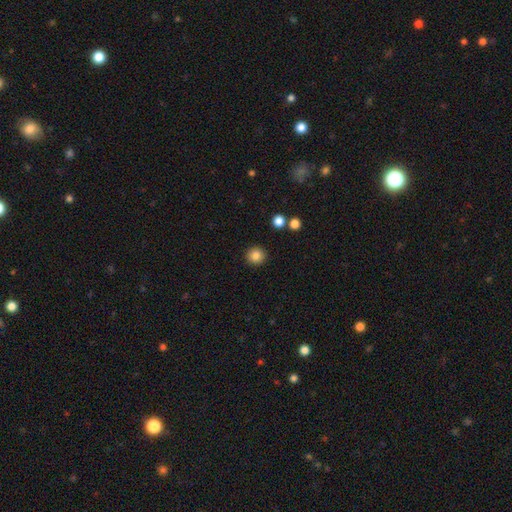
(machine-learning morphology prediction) Smooth or featured? Predicted: smooth (p=0.85). How rounded? Predicted: round (p=0.94). Merging? Predicted: none (p=0.92).